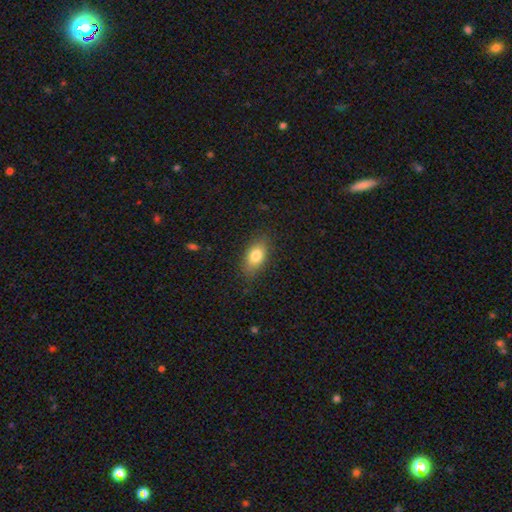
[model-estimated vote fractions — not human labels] smooth_or_featured: smooth (p=0.79) [alt: featured or disk p=0.13]
how_rounded: in between (p=0.85) [alt: round p=0.08]
merging: none (p=0.83) [alt: minor disturbance p=0.12]